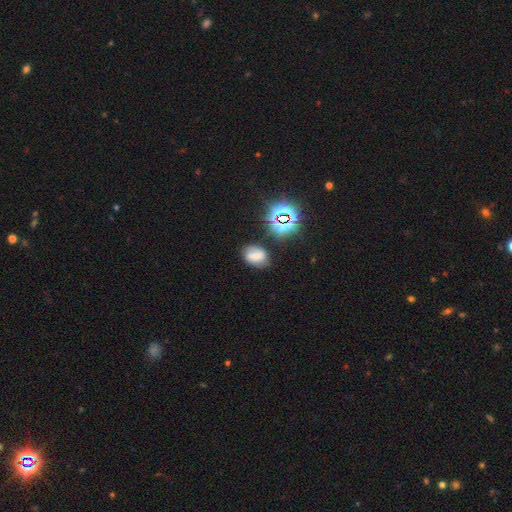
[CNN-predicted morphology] The model was most divided on "smooth or featured": smooth: 53%, featured or disk: 25%, star or artifact: 22%. More confident: how rounded — in between (76%); merging — none (68%).